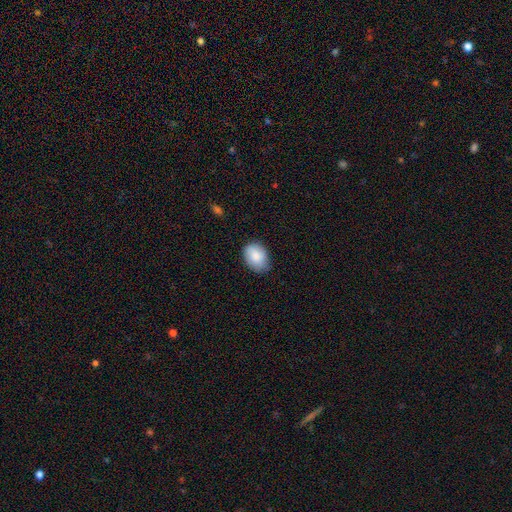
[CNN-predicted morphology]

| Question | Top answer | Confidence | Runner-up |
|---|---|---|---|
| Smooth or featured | smooth | 86% | featured or disk (8%) |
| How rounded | in between | 77% | round (22%) |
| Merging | none | 74% | minor disturbance (22%) |